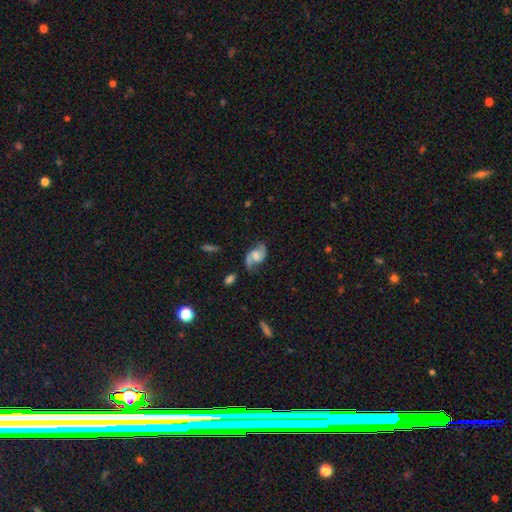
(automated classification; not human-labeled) The model was most divided on "bulge size": moderate: 36%, small: 25%, none: 20%, large: 16%, dominant: 2%. More confident: edge-on disk — no (97%); spiral arms — yes (93%); spiral arm count — 2 (87%); smooth or featured — featured or disk (75%); merging — none (61%); spiral winding — loose (56%); bar — no (51%).